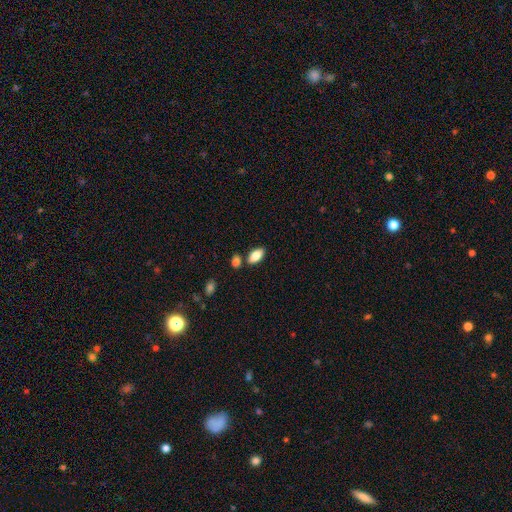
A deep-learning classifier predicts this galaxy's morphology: type=smooth (83%); roundness=in between (91%); merging=none (76%).